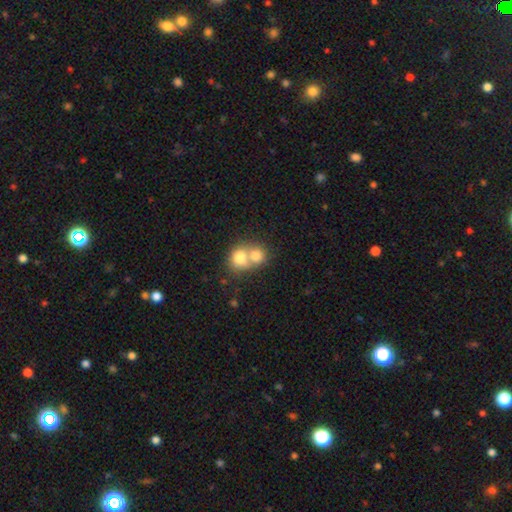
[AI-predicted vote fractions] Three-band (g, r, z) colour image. It shows a smooth galaxy with no disk features (74%) that is round (73%). Merging: merger (70%).